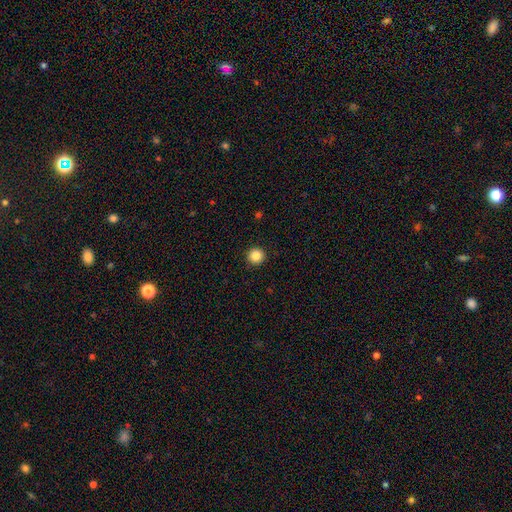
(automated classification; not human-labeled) Overall: smooth (86%). How rounded: round (96%). Merging: none (93%).